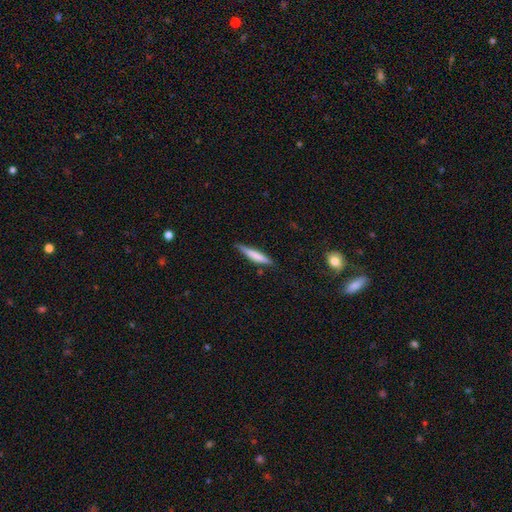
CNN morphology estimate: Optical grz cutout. It shows a smooth galaxy with no disk features (67%) that is cigar-shaped (91%). Merging: none (79%).